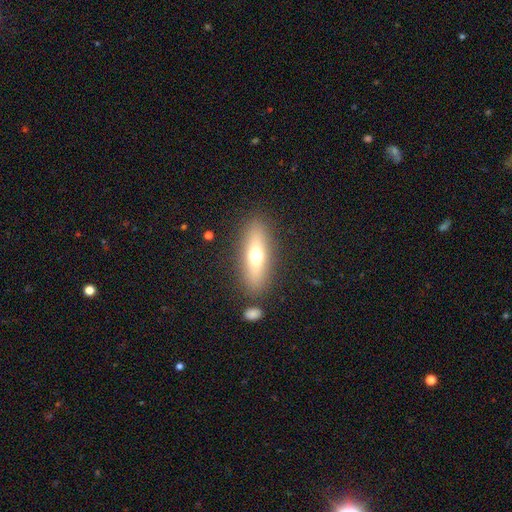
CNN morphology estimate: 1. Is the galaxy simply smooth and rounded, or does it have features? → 55% smooth, 37% featured or disk, 8% star or artifact.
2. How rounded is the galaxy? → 48% cigar-shaped, 47% in between, 5% round.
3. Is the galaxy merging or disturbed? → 84% none, 9% minor disturbance, 4% major disturbance, 4% merger.